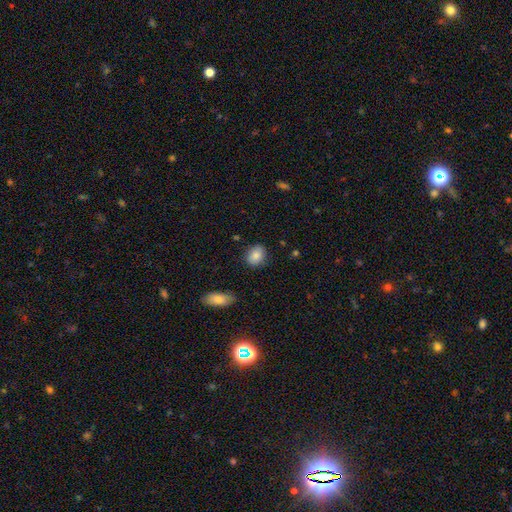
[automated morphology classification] Smooth or featured?
  - smooth: 83% *
  - featured or disk: 9%
  - star or artifact: 8%
How rounded?
  - round: 51% *
  - in between: 48%
  - cigar-shaped: 1%
Merging?
  - none: 83% *
  - minor disturbance: 13%
  - major disturbance: 3%
  - merger: 2%